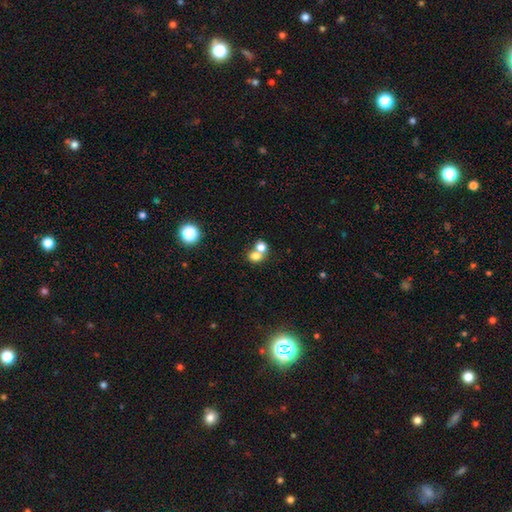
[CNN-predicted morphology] A smooth galaxy with no disk features (74%) that is round (60%). Merging: merger (59%).